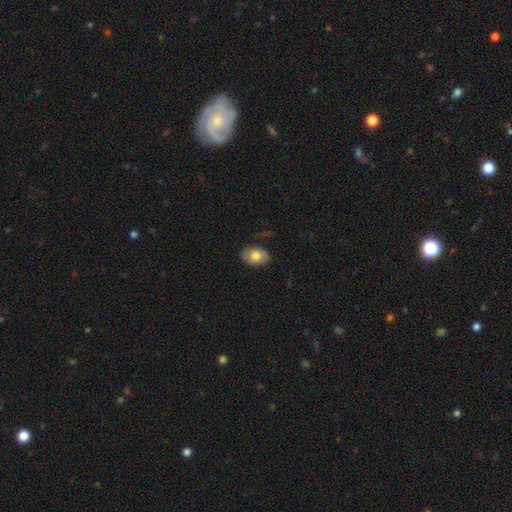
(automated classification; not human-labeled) Morphology: type=smooth (76%); roundness=in between (80%); merging=none (86%).